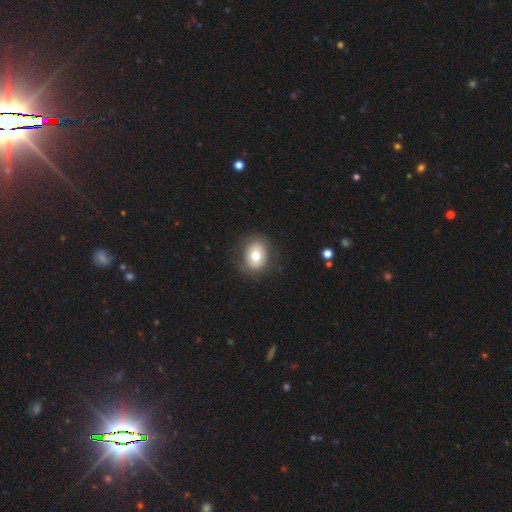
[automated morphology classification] Smooth or featured: smooth — 71% (featured or disk — 20%)
How rounded: round — 52% (in between — 47%)
Merging: none — 82% (minor disturbance — 12%)